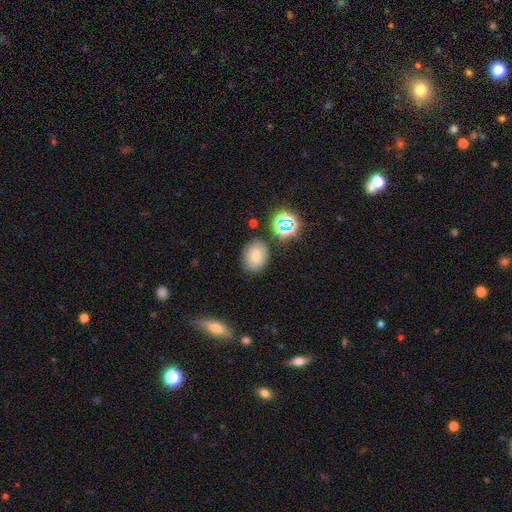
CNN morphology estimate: The model was most divided on "how rounded": in between: 62%, round: 37%, cigar-shaped: 2%. More confident: merging — none (83%); smooth or featured — smooth (68%).